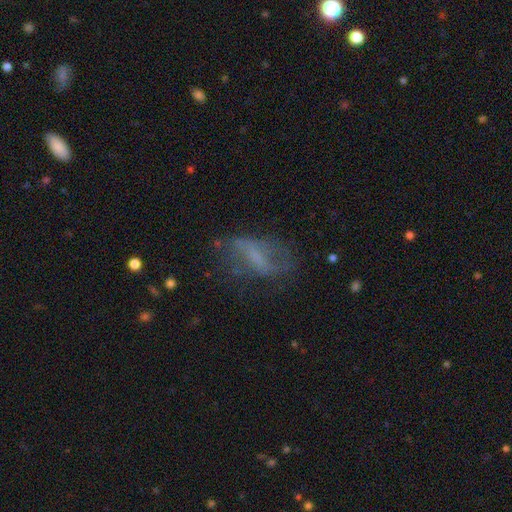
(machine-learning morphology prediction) A featured or disk galaxy (50%). Merging: none (48%).